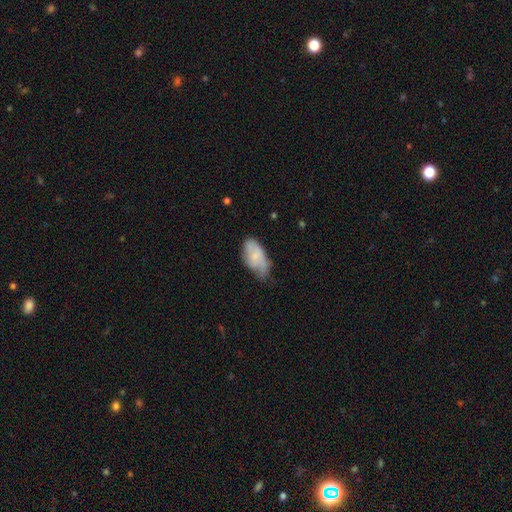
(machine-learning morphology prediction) Smooth or featured? smooth (64%)
How rounded? in between (93%)
Merging? minor disturbance (44%)